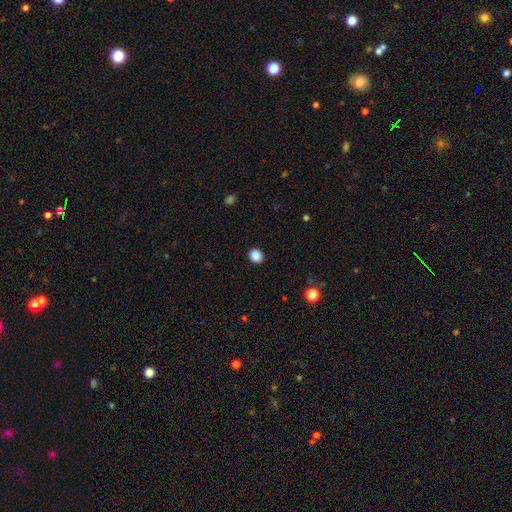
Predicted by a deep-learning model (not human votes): Smooth or featured: smooth — 87% (star or artifact — 10%)
How rounded: round — 73% (in between — 26%)
Merging: none — 92% (minor disturbance — 6%)